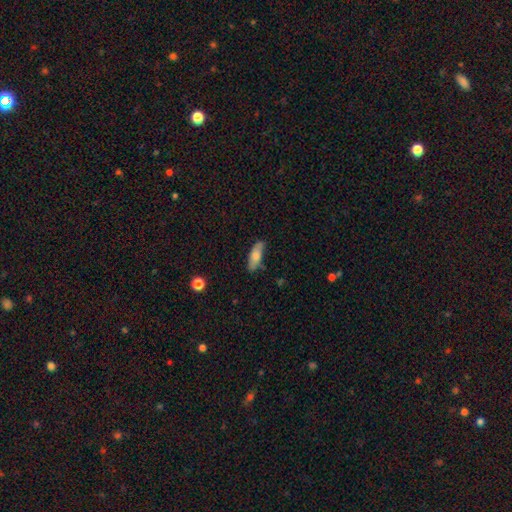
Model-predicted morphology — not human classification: A smooth galaxy with no disk features (74%) that is in between round and cigar-shaped (61%). Merging: none (75%).